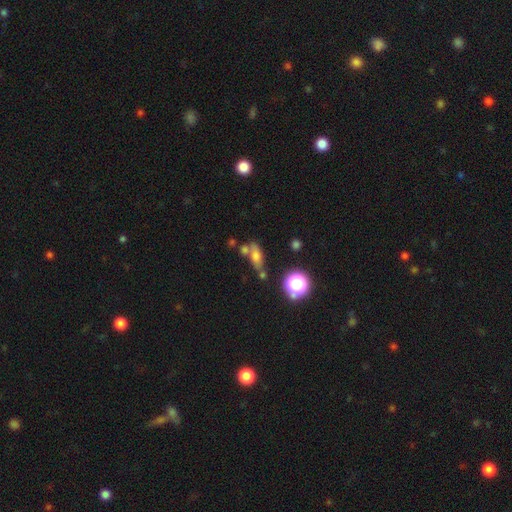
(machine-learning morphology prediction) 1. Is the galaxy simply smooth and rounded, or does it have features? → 61% smooth, 21% featured or disk, 18% star or artifact.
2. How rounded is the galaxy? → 64% in between, 20% cigar-shaped, 17% round.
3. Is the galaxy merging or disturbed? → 48% none, 26% merger, 17% minor disturbance, 9% major disturbance.